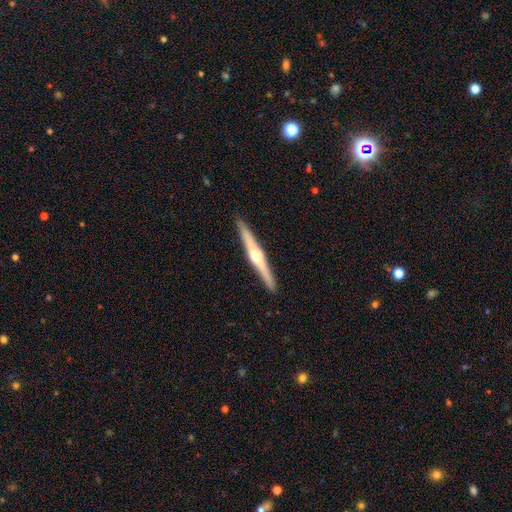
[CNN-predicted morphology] Smooth or featured? Predicted: featured or disk (p=0.74). Edge-on disk? Predicted: yes (p=0.98). Edge-on bulge? Predicted: rounded (p=0.91). Merging? Predicted: none (p=0.92).